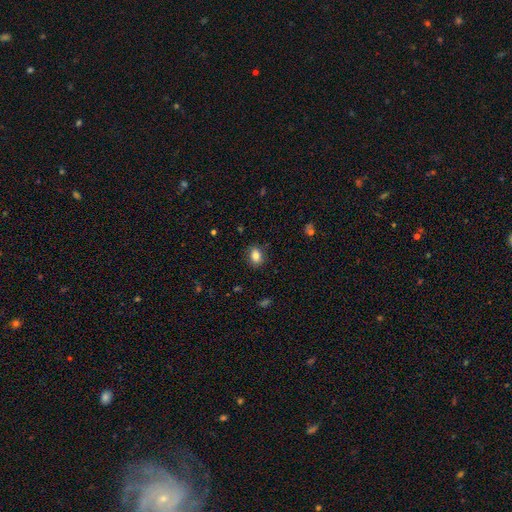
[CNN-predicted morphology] A smooth galaxy with no disk features (83%) that is in between round and cigar-shaped (72%).

Vote fractions:
- Smooth or featured? smooth: 83% / star or artifact: 9% / featured or disk: 7%
- How rounded? in between: 72% / round: 27% / cigar-shaped: 2%
- Merging? none: 85% / minor disturbance: 11% / major disturbance: 3% / merger: 1%